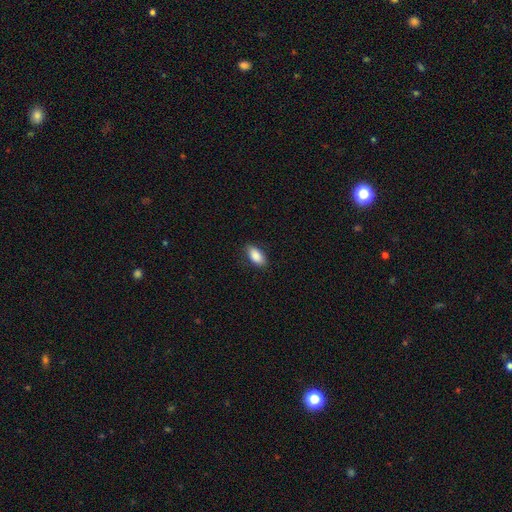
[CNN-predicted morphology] smooth_or_featured: smooth (p=0.89) [alt: star or artifact p=0.07]
how_rounded: in between (p=0.91) [alt: cigar-shaped p=0.06]
merging: none (p=0.84) [alt: minor disturbance p=0.12]